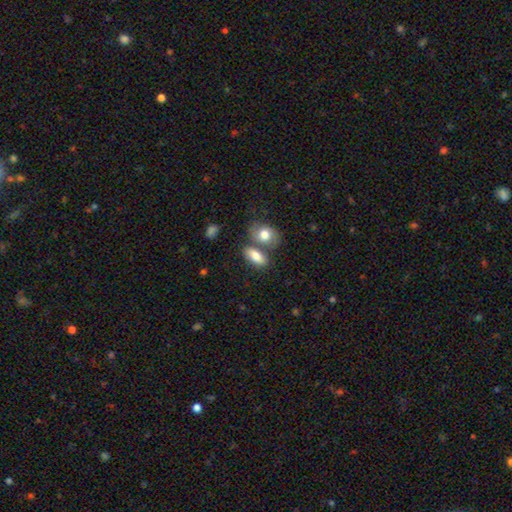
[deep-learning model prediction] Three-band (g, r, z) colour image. It shows a smooth galaxy with no disk features (78%) that is in between round and cigar-shaped (87%). Merging: none (51%).